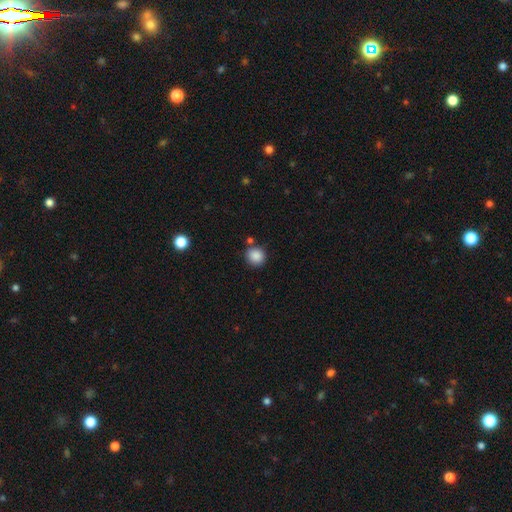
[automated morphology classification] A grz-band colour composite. It shows a smooth galaxy with no disk features (87%) that is round (90%). Merging: none (81%).